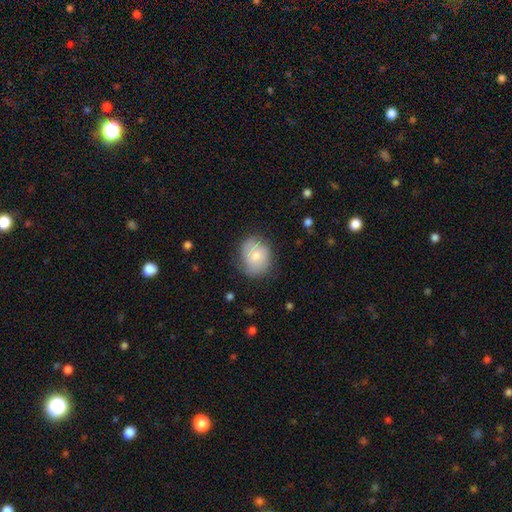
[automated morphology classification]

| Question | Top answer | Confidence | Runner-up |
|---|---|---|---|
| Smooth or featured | smooth | 72% | featured or disk (20%) |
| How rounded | round | 63% | in between (36%) |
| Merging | none | 69% | minor disturbance (23%) |